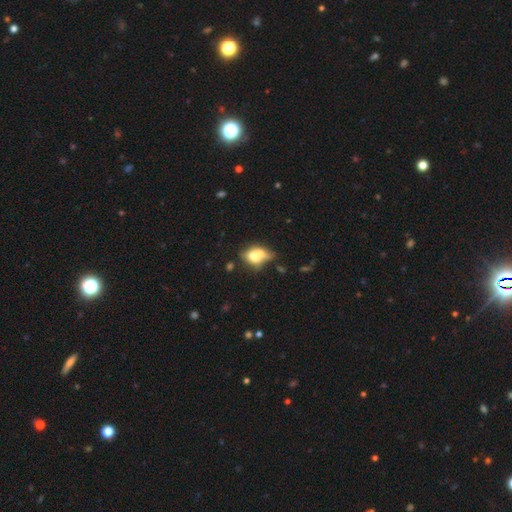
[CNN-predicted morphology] Smooth or featured? Predicted: smooth (p=0.63). How rounded? Predicted: in between (p=0.68). Merging? Predicted: merger (p=0.57).